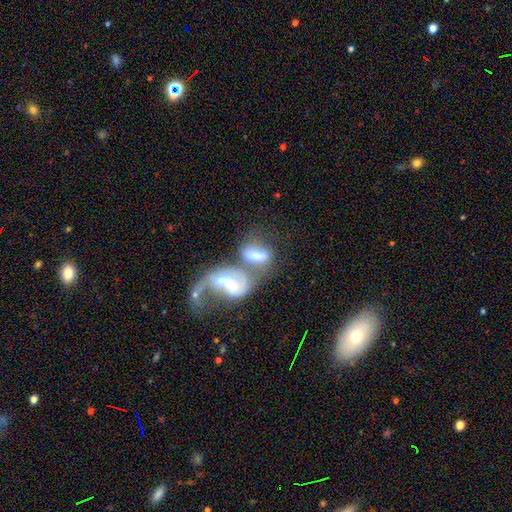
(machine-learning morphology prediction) Overall: smooth (47%; featured or disk 44%). Merging: merger (72%).